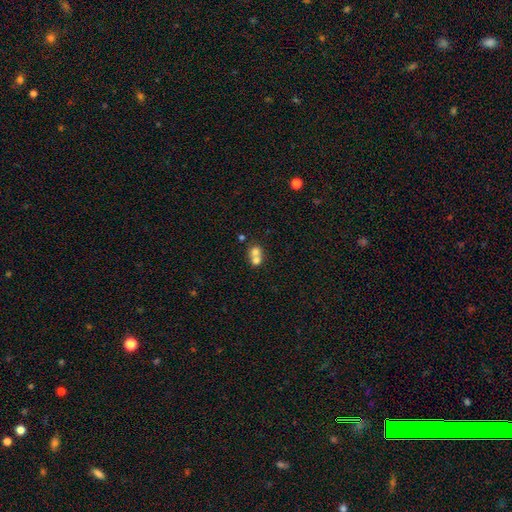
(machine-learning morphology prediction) Overall: smooth (70%). How rounded: round (73%). Merging: merger (68%).